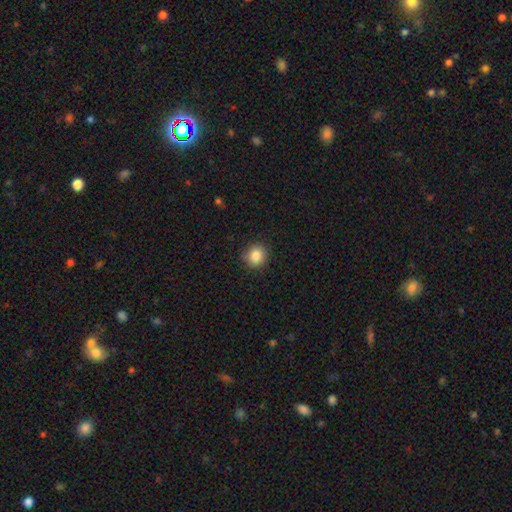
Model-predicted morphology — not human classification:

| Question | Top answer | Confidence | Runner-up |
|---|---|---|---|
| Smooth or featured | smooth | 85% | star or artifact (10%) |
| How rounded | round | 86% | in between (13%) |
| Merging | none | 87% | minor disturbance (10%) |